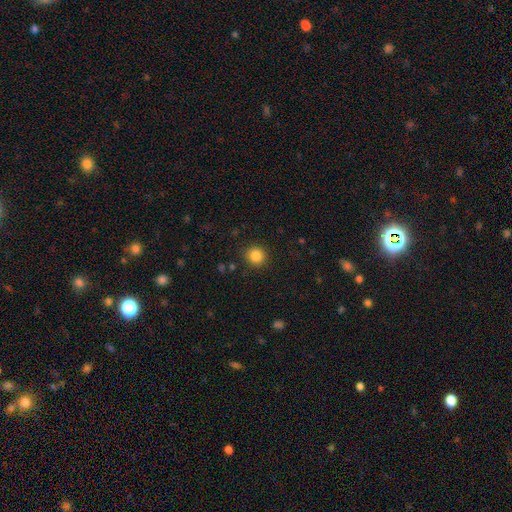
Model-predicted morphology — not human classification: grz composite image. It shows a smooth galaxy with no disk features (85%) that is round (91%). Merging: none (89%).